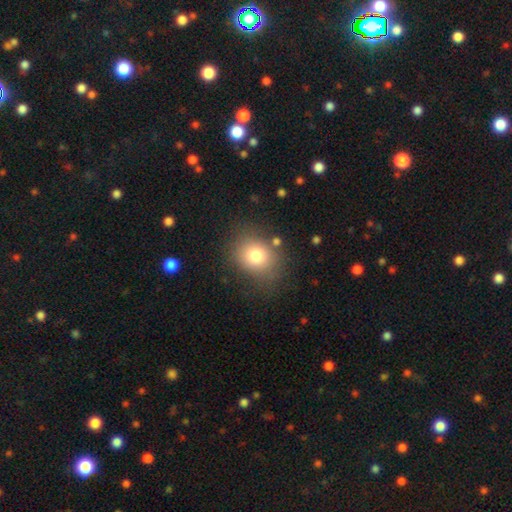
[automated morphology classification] type=smooth (77%); roundness=round (60%); merging=none (77%).